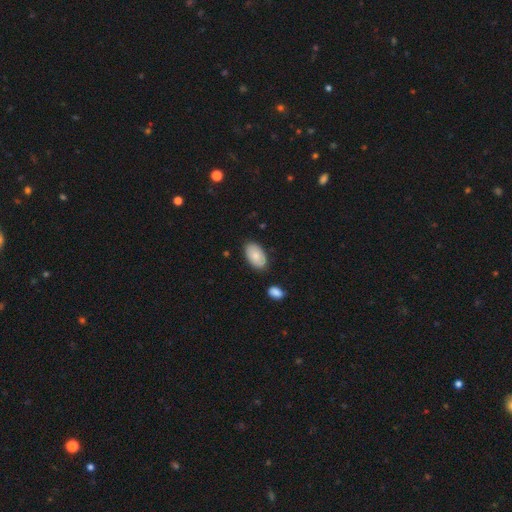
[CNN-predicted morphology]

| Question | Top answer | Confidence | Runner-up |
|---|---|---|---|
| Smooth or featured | smooth | 83% | featured or disk (11%) |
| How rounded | in between | 95% | round (4%) |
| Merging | none | 82% | minor disturbance (13%) |